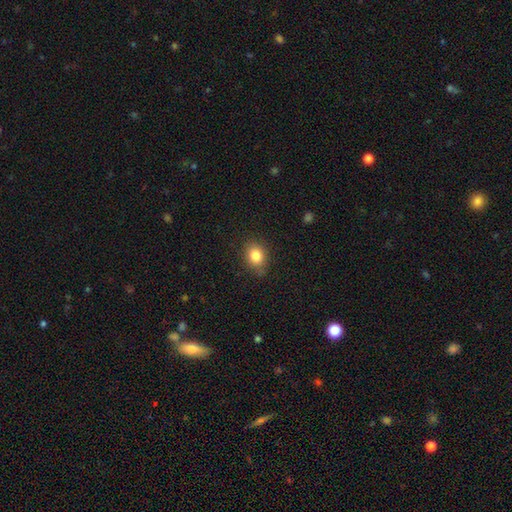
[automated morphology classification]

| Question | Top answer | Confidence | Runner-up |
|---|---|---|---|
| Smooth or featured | smooth | 83% | star or artifact (10%) |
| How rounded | in between | 50% | round (49%) |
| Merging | none | 80% | minor disturbance (15%) |